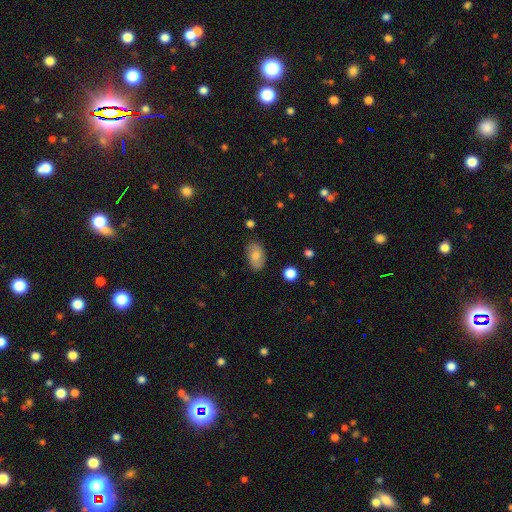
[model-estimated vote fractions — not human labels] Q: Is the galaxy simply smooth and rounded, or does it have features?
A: smooth — 74%.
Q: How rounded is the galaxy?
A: in between — 91%.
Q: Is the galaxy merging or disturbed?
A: none — 81%.